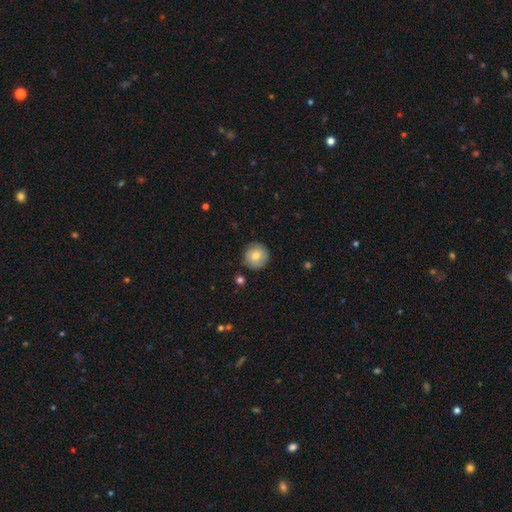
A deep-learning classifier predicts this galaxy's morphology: smooth_or_featured: smooth (p=0.76) [alt: featured or disk p=0.16]
how_rounded: round (p=0.95) [alt: in between p=0.04]
merging: none (p=0.87) [alt: minor disturbance p=0.09]